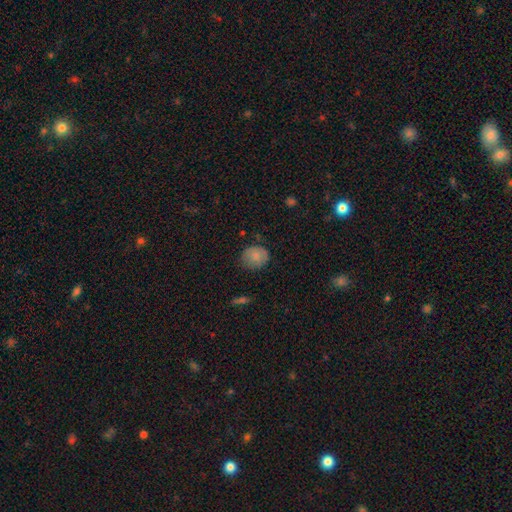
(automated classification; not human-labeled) A smooth galaxy with no disk features (83%) that is round (59%).

Vote fractions:
- Smooth or featured? smooth: 83% / featured or disk: 9% / star or artifact: 8%
- How rounded? round: 59% / in between: 40% / cigar-shaped: 1%
- Merging? none: 72% / minor disturbance: 22% / major disturbance: 4% / merger: 1%